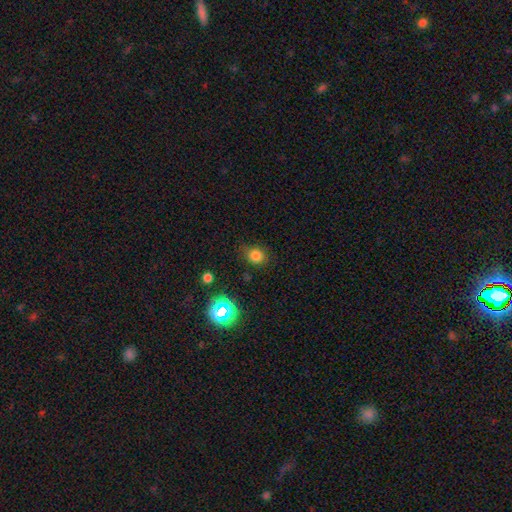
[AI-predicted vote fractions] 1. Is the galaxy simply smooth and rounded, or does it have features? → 77% smooth, 17% star or artifact, 6% featured or disk.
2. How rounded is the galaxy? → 73% round, 26% in between, 1% cigar-shaped.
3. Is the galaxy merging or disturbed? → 77% none, 16% minor disturbance, 4% major disturbance, 2% merger.